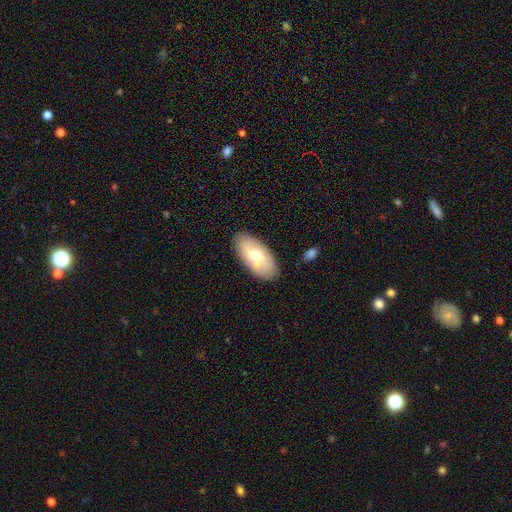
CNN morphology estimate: This is possibly a smooth galaxy (58%). How rounded: clearly in between (93%). Merging: likely none (79%).